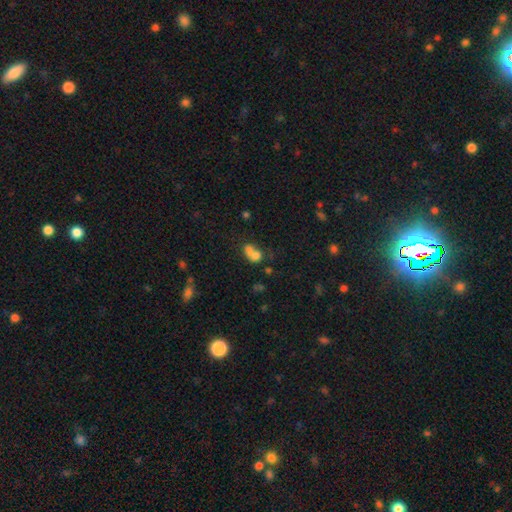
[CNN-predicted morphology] Smooth or featured? smooth (66%)
How rounded? in between (55%)
Merging? merger (59%)